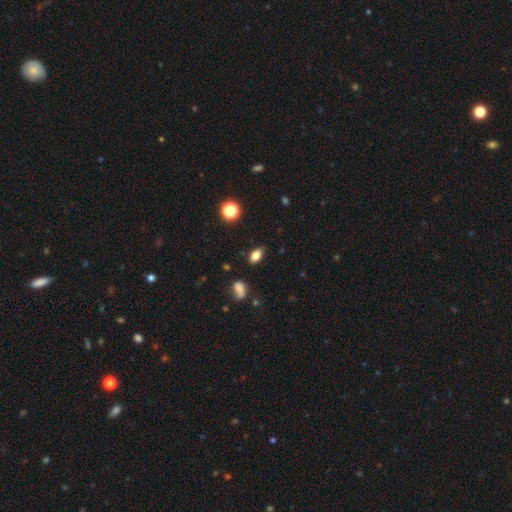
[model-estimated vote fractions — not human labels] This appears to be a smooth galaxy with no disk features (81%) that is in between round and cigar-shaped (85%). Merging: none (84%).